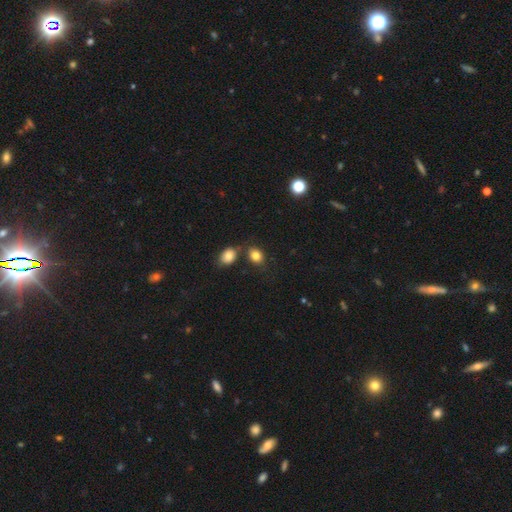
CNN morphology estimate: smooth 82%, star or artifact 10%, featured or disk 7%. Down the decision tree: how rounded — in between (60%); merging — none (64%).